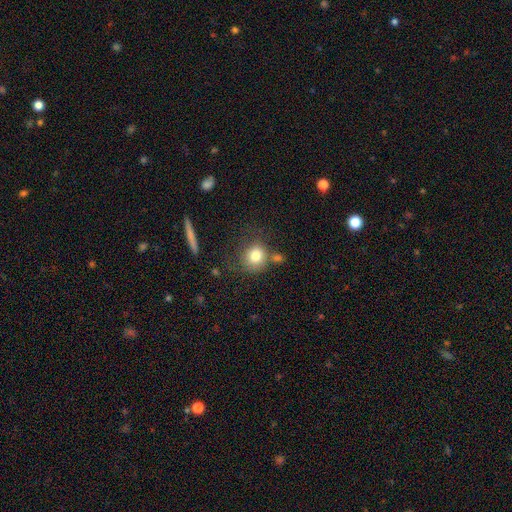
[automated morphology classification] Smooth or featured: smooth — 80% (featured or disk — 11%)
How rounded: round — 84% (in between — 15%)
Merging: none — 59% (minor disturbance — 17%)